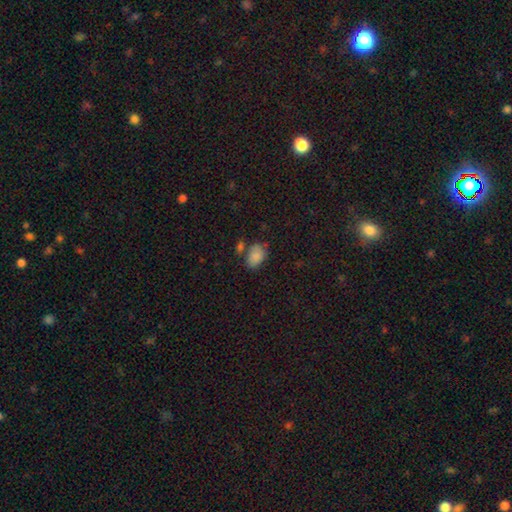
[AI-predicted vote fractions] Smooth or featured?
  - smooth: 85% *
  - star or artifact: 9%
  - featured or disk: 7%
How rounded?
  - in between: 85% *
  - round: 14%
  - cigar-shaped: 1%
Merging?
  - none: 62% *
  - minor disturbance: 18%
  - merger: 14%
  - major disturbance: 5%